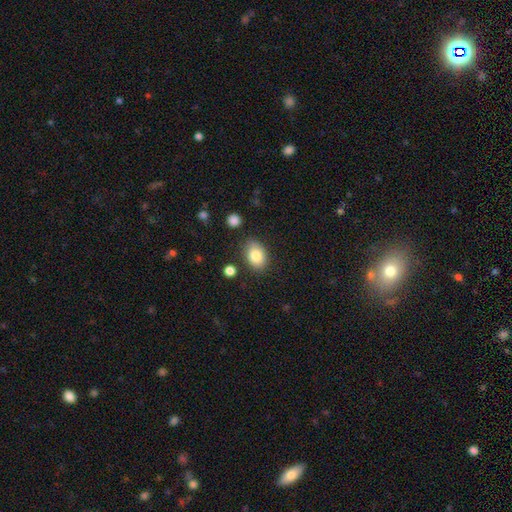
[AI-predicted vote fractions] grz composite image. It shows a smooth galaxy with no disk features (84%) that is in between round and cigar-shaped (81%). Merging: none (78%).